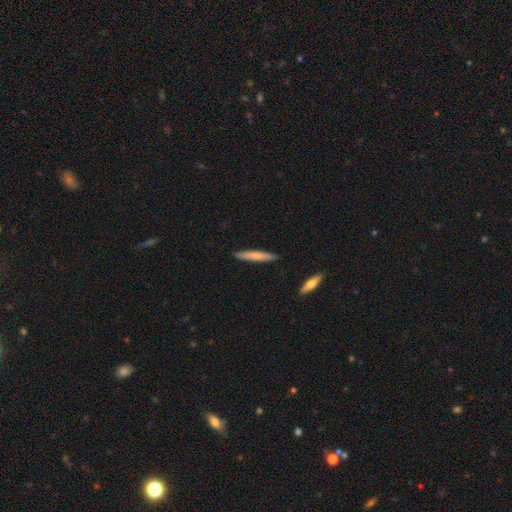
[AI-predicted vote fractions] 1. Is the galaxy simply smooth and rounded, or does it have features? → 70% smooth, 25% featured or disk, 5% star or artifact.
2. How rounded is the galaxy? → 94% cigar-shaped, 5% in between, 1% round.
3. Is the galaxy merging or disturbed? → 90% none, 7% minor disturbance, 2% merger, 1% major disturbance.